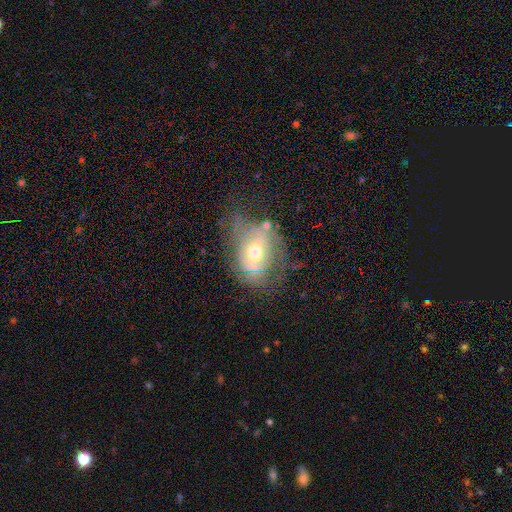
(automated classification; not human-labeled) smooth_or_featured: featured or disk (p=0.61) [alt: smooth p=0.29]
disk_edge_on: no (p=0.94) [alt: yes p=0.06]
bar: no (p=0.67) [alt: weak p=0.26]
has_spiral_arms: yes (p=0.57) [alt: no p=0.43]
bulge_size: moderate (p=0.62) [alt: small p=0.31]
merging: none (p=0.42) [alt: minor disturbance p=0.29]